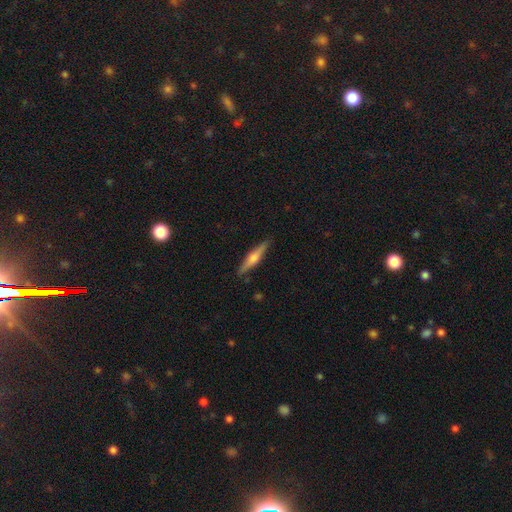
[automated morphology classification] Smooth or featured?
  - featured or disk: 63% *
  - smooth: 31%
  - star or artifact: 6%
Edge-on disk?
  - yes: 97% *
  - no: 3%
Edge-on bulge?
  - rounded: 87% *
  - boxy: 7%
  - none: 5%
Merging?
  - none: 90% *
  - minor disturbance: 8%
  - major disturbance: 2%
  - merger: 1%